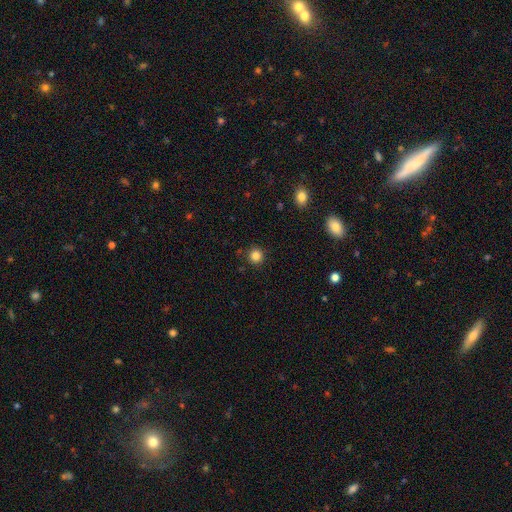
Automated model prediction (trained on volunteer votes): Smooth or featured? Predicted: smooth (p=0.84). How rounded? Predicted: round (p=0.94). Merging? Predicted: none (p=0.89).